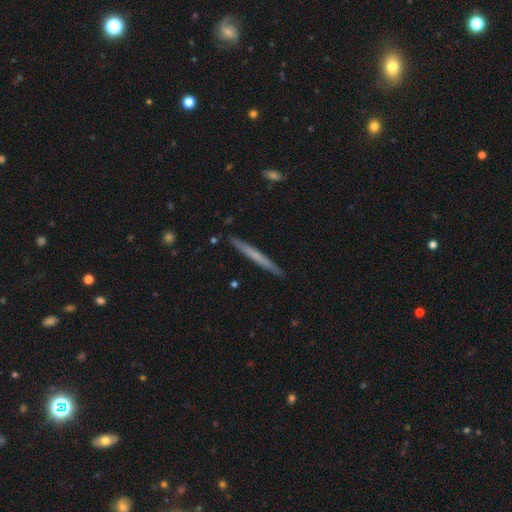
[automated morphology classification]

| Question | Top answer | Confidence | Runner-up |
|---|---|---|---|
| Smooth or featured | smooth | 51% | featured or disk (43%) |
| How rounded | cigar-shaped | 97% | in between (2%) |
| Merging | none | 91% | minor disturbance (7%) |